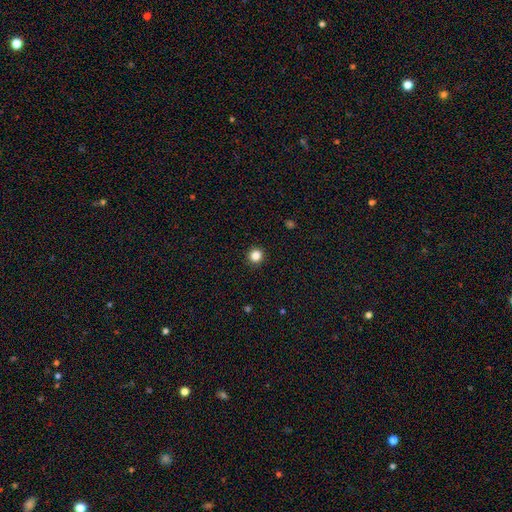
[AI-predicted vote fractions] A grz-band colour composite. It shows a smooth galaxy with no disk features (85%) that is round (93%). Merging: none (92%).